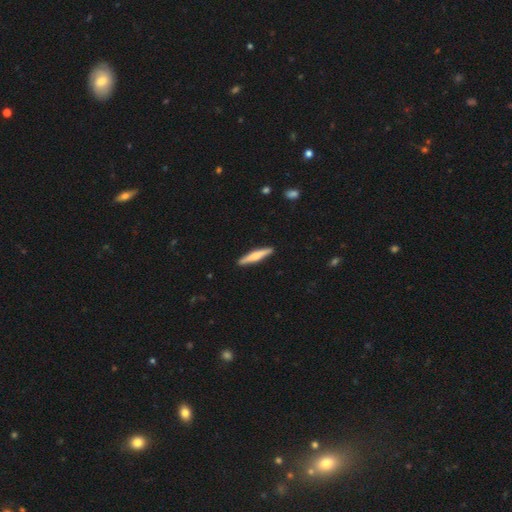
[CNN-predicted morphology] Overall: smooth (53%; featured or disk 42%). How rounded: cigar-shaped (91%). Merging: none (91%).